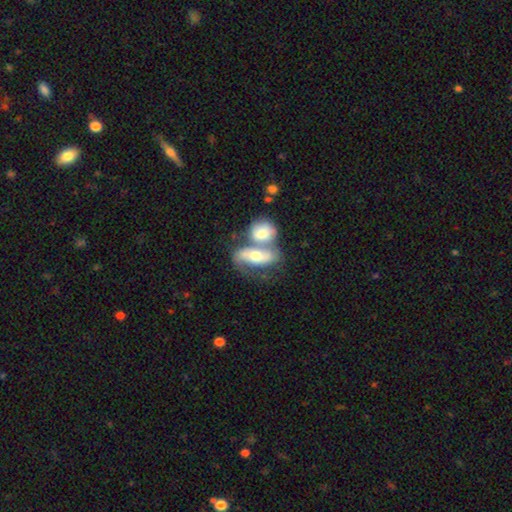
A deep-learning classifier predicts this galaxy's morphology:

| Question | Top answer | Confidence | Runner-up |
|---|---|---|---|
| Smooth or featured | featured or disk | 49% | smooth (45%) |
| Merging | merger | 66% | none (20%) |